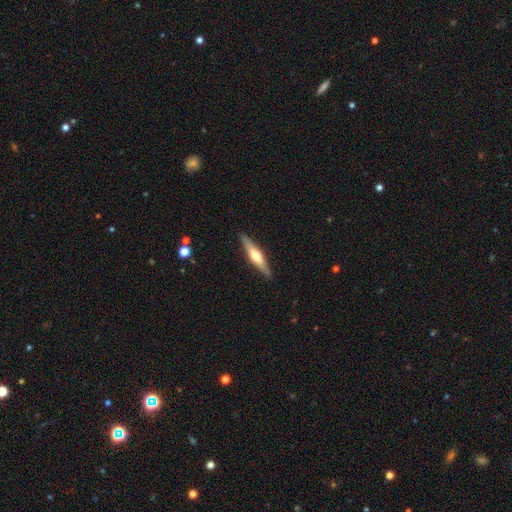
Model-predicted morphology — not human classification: A featured or disk galaxy (61%) viewed edge-on (96%) with a rounded central bulge (85%).

Vote fractions:
- Smooth or featured? featured or disk: 61% / smooth: 33% / star or artifact: 5%
- Edge-on disk? yes: 96% / no: 4%
- Edge-on bulge? rounded: 85% / boxy: 10% / none: 5%
- Merging? none: 90% / minor disturbance: 8% / major disturbance: 2% / merger: 1%